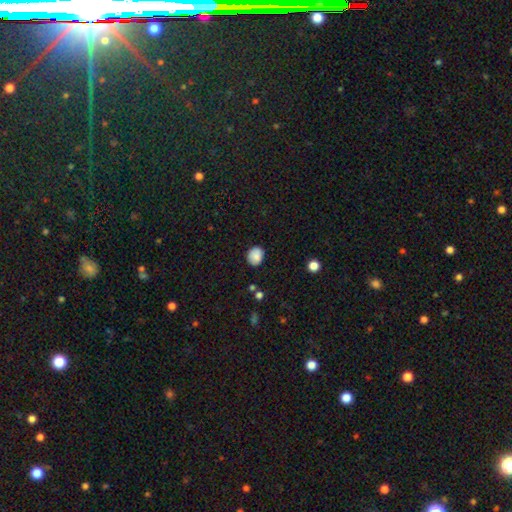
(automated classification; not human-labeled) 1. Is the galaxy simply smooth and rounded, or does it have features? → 85% smooth, 9% star or artifact, 7% featured or disk.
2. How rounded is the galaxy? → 61% round, 38% in between, 1% cigar-shaped.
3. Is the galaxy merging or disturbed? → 81% none, 15% minor disturbance, 3% major disturbance, 2% merger.